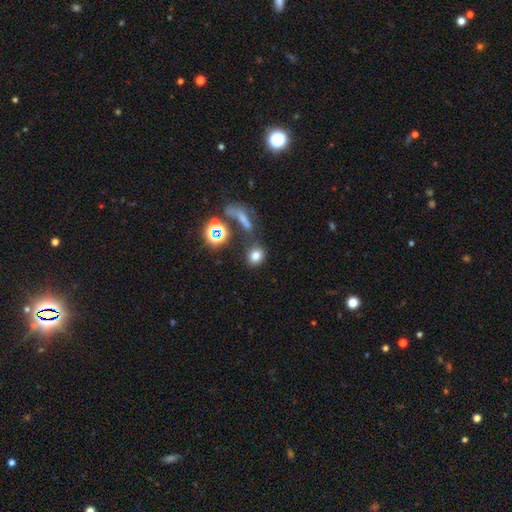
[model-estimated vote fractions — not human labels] The model was most divided on "how rounded": round: 63%, in between: 34%, cigar-shaped: 3%. More confident: smooth or featured — smooth (73%); merging — none (72%).